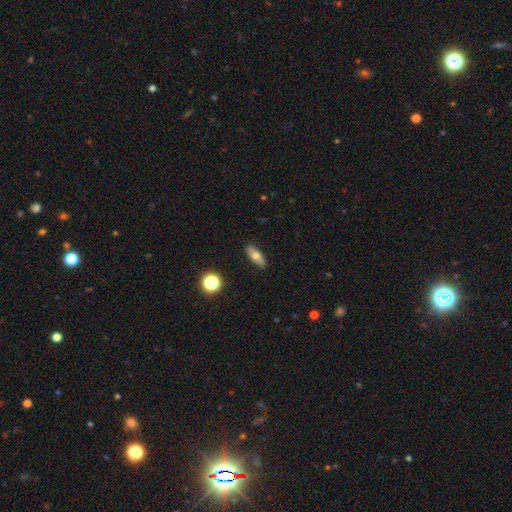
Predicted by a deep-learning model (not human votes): The model was most divided on "smooth or featured": smooth: 57%, featured or disk: 35%, star or artifact: 8%. More confident: merging — none (86%); how rounded — in between (59%).